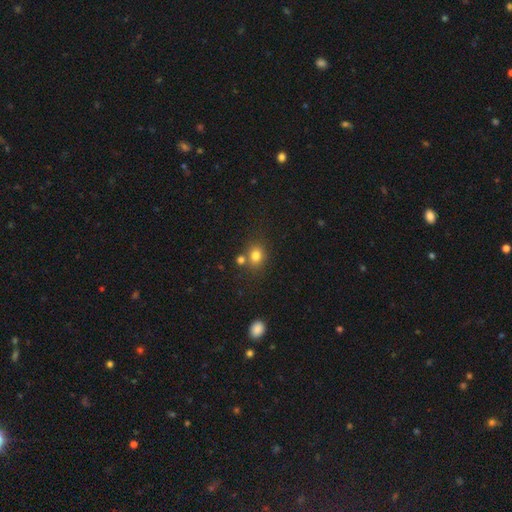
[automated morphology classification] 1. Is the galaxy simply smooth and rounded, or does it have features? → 79% smooth, 13% star or artifact, 8% featured or disk.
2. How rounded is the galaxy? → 64% round, 35% in between, 1% cigar-shaped.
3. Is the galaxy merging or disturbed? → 65% none, 19% merger, 12% minor disturbance, 4% major disturbance.